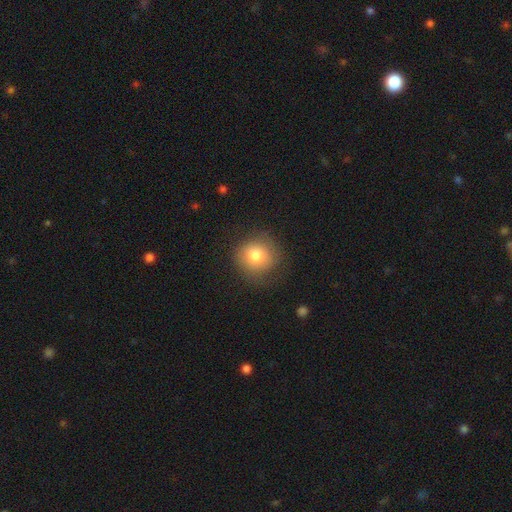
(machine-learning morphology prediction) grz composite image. It shows a smooth galaxy with no disk features (79%) that is round (88%). Merging: none (76%).